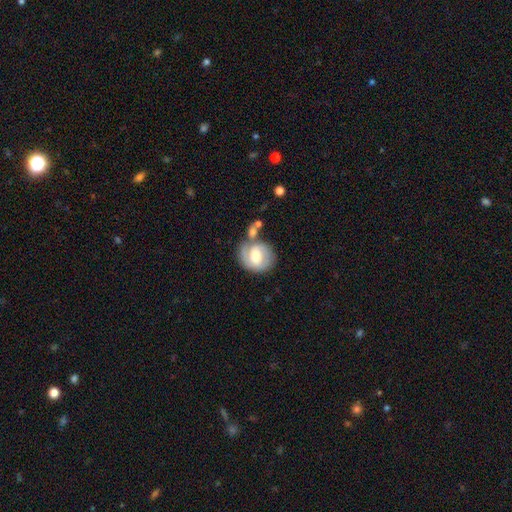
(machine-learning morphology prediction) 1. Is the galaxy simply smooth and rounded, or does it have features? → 54% featured or disk, 39% smooth, 6% star or artifact.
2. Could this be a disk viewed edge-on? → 97% no, 3% yes.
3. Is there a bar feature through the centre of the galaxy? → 48% weak, 35% no, 17% strong.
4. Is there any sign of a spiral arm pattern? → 76% yes, 24% no.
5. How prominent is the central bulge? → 62% moderate, 24% small, 11% large, 2% none, 1% dominant.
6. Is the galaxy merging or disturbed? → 46% none, 25% merger, 19% minor disturbance, 10% major disturbance.